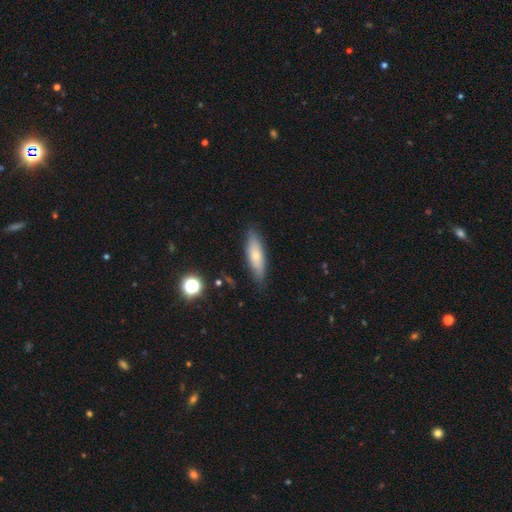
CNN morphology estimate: A smooth galaxy with no disk features (69%) that is cigar-shaped (52%). Merging: none (81%).